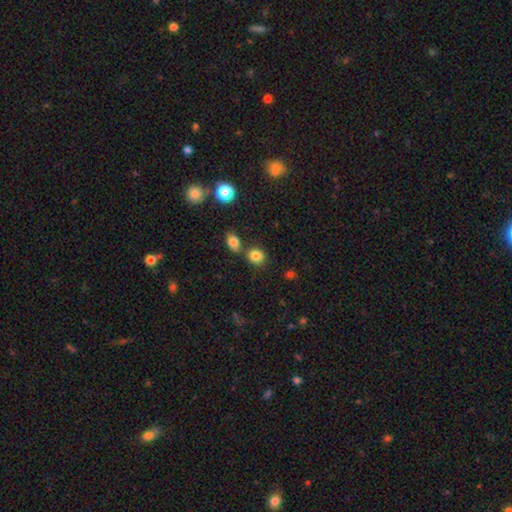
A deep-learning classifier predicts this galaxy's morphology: A smooth galaxy with no disk features (82%) that is round (72%). Merging: none (70%).